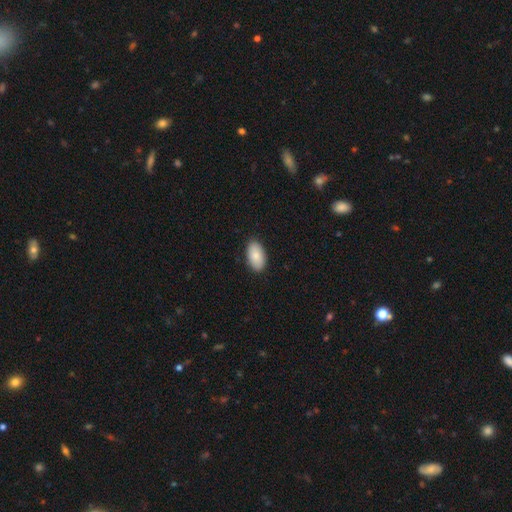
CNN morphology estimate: Overall: smooth (87%). How rounded: in between (95%). Merging: none (89%).